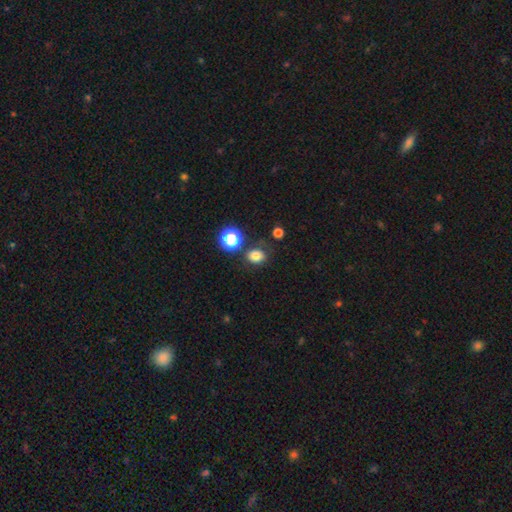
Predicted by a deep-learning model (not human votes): smooth 77%, star or artifact 16%, featured or disk 7%. Down the decision tree: how rounded — round (58%); merging — none (72%).